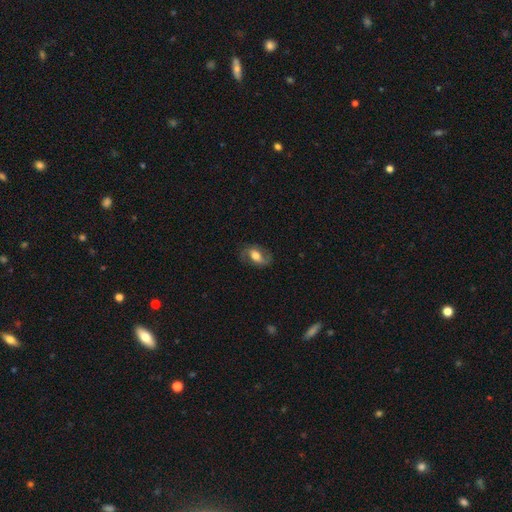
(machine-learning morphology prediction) type=featured or disk (59%); edge-on=no (94%); bar=weak (39%); spiral arms=yes (85%); bulge=moderate (52%); merging=none (74%).